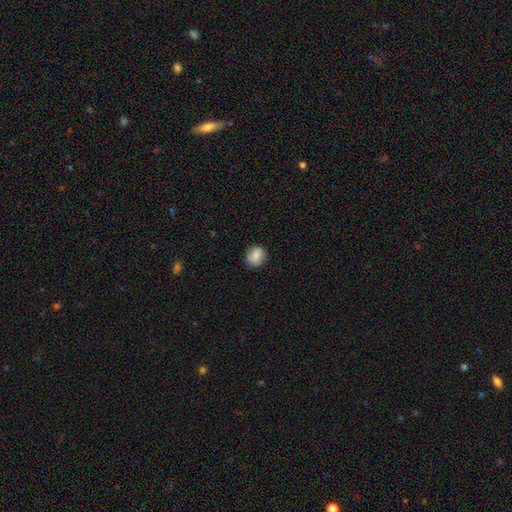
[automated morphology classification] A smooth galaxy with no disk features (80%) that is round (71%). Merging: none (84%).